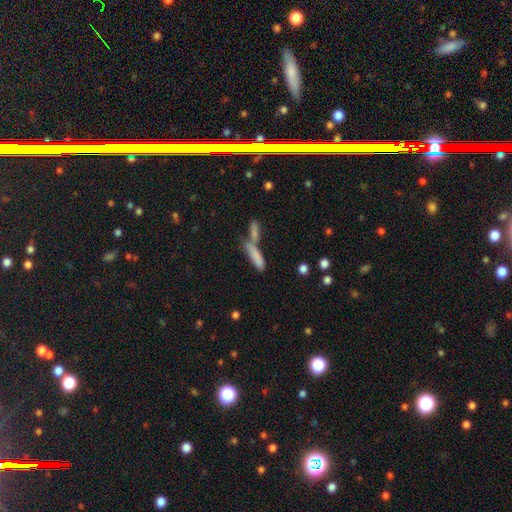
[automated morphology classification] smooth_or_featured: smooth (p=0.77) [alt: featured or disk p=0.14]
how_rounded: cigar-shaped (p=0.67) [alt: in between p=0.31]
merging: merger (p=0.49) [alt: none p=0.36]